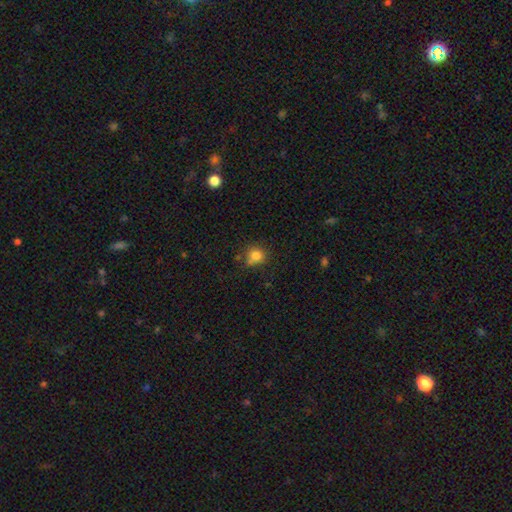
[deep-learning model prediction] Smooth or featured? smooth (81%)
How rounded? round (80%)
Merging? none (61%)